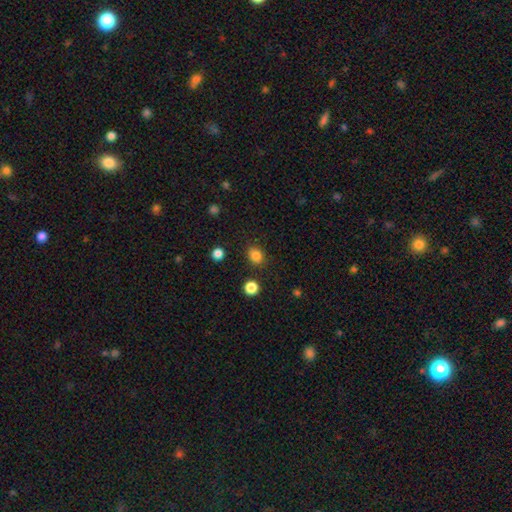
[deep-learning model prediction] smooth-or-featured: smooth: 84% | star or artifact: 12% | featured or disk: 5%
  how-rounded: round: 57% | in between: 42% | cigar-shaped: 1%
  merging: none: 85% | minor disturbance: 9% | major disturbance: 3% | merger: 3%